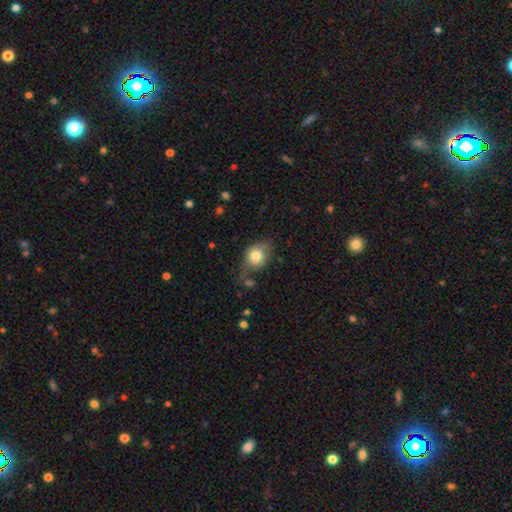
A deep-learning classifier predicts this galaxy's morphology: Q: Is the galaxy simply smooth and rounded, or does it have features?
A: smooth — 75%.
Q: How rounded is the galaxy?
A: in between — 50%.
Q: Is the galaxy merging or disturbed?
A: none — 51%.